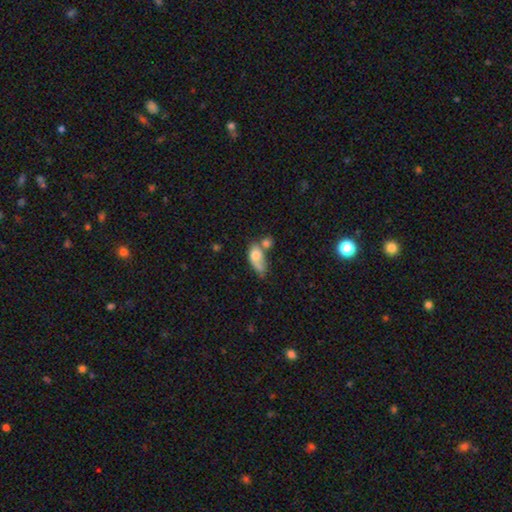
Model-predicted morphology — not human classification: This appears to be a smooth galaxy with no disk features (69%) that is in between round and cigar-shaped (78%). Merging: merger (40%).